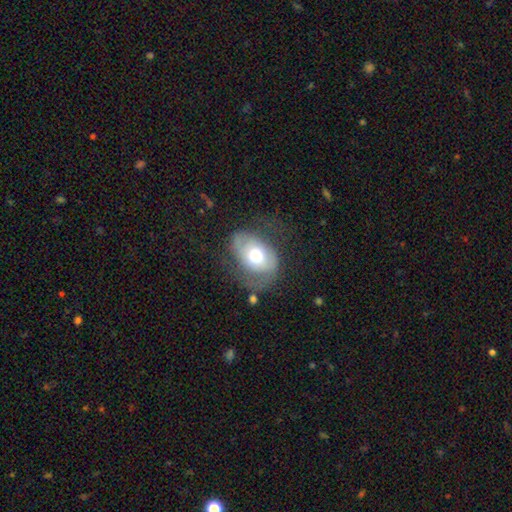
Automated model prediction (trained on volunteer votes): The model was most divided on "smooth or featured": featured or disk: 49%, smooth: 44%, star or artifact: 7%. Remaining: merging — none (45%).